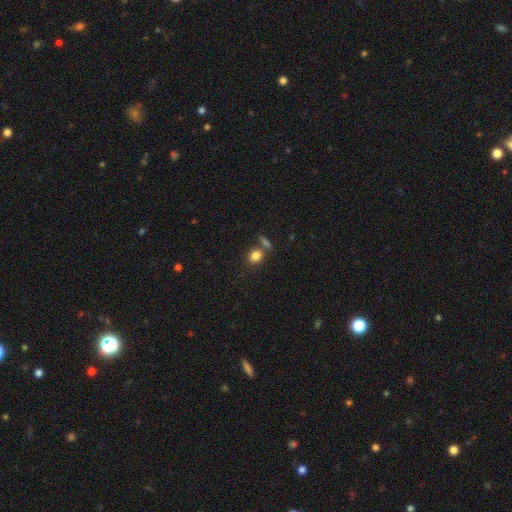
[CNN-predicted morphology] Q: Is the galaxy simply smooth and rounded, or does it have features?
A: smooth — 82%.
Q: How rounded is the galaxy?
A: round — 56%.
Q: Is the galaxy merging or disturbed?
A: none — 61%.